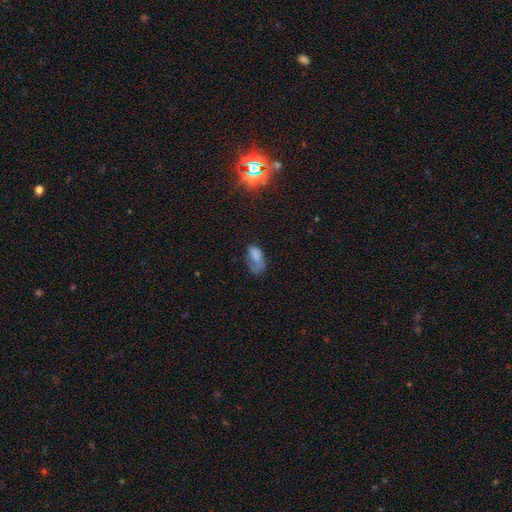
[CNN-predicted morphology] Smooth or featured: smooth — 72% (featured or disk — 17%)
How rounded: in between — 91% (round — 5%)
Merging: major disturbance — 33% (none — 32%)